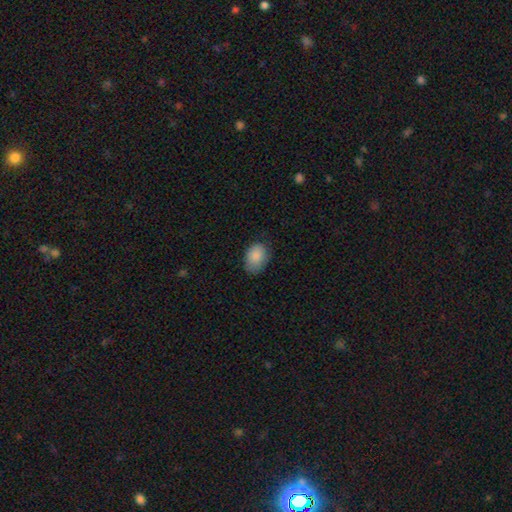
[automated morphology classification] This is clearly a smooth galaxy (88%). How rounded: clearly in between (81%). Merging: likely none (71%).